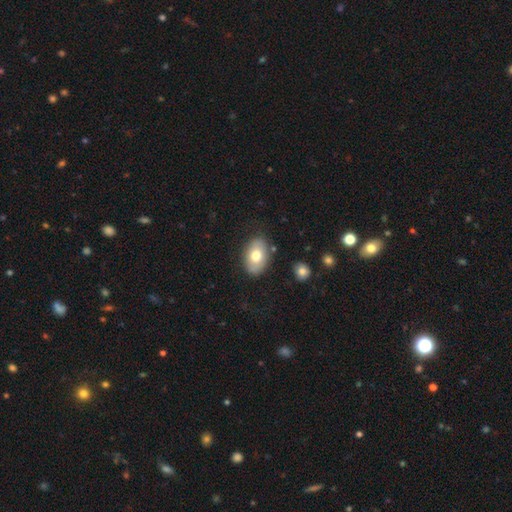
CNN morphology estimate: Q: Smooth or featured?
A: smooth (72%); runner-up: featured or disk (21%)
Q: How rounded?
A: in between (87%); runner-up: round (11%)
Q: Merging?
A: none (81%); runner-up: minor disturbance (13%)